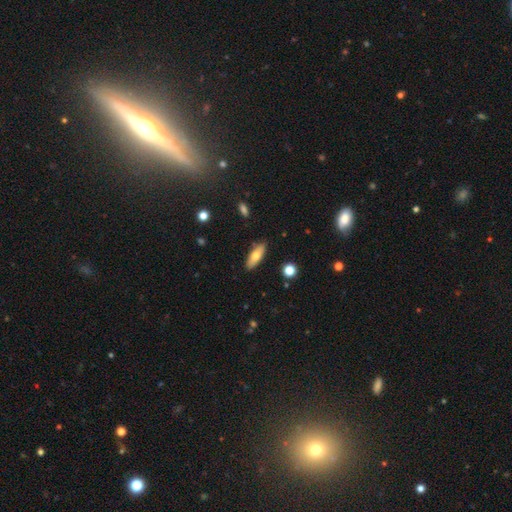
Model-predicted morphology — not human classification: A smooth galaxy with no disk features (69%) that is in between round and cigar-shaped (61%). Merging: none (86%).